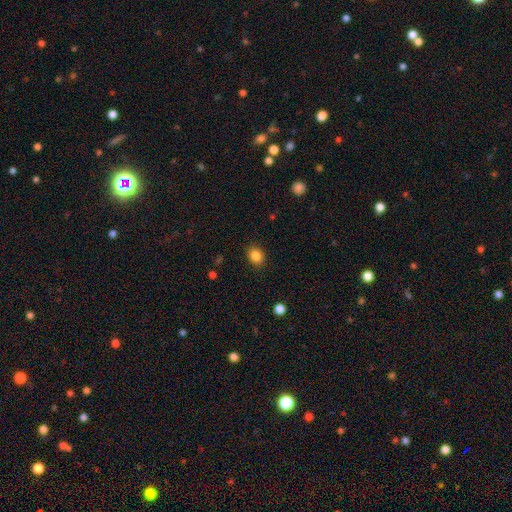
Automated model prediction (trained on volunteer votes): A smooth galaxy with no disk features (85%) that is in between round and cigar-shaped (51%). Merging: none (88%).